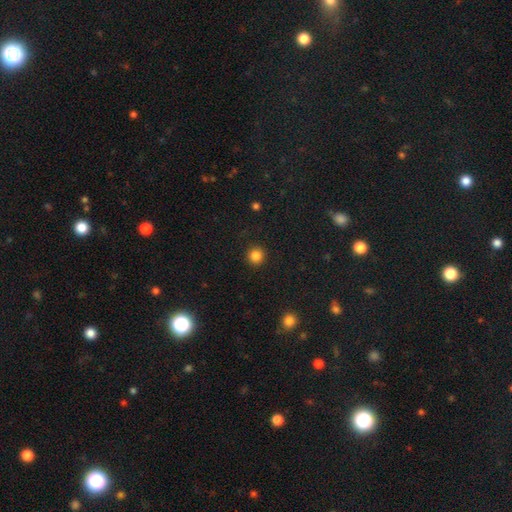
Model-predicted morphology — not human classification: smooth_or_featured: smooth (p=0.85) [alt: star or artifact p=0.12]
how_rounded: round (p=0.95) [alt: in between p=0.04]
merging: none (p=0.92) [alt: minor disturbance p=0.05]